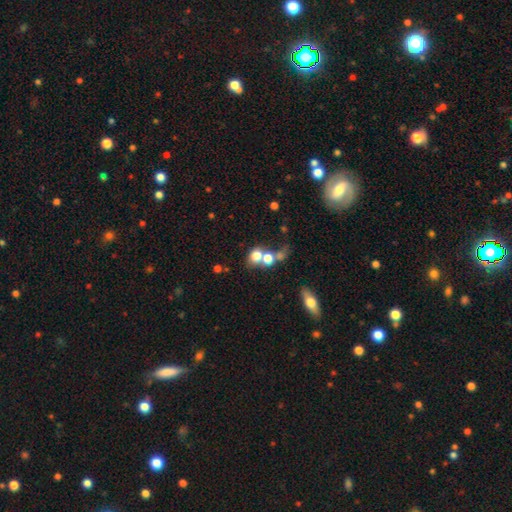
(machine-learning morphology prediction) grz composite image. It shows a smooth galaxy with no disk features (71%) that is round (59%). Merging: merger (50%).